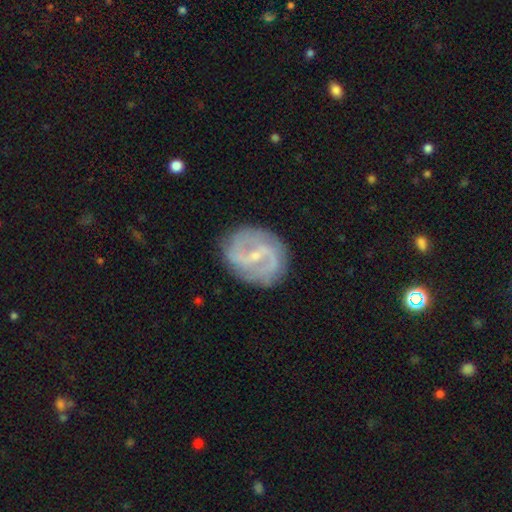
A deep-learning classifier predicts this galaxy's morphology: This is clearly a featured or disk galaxy (84%). It is clearly not viewed edge-on (97%). Bar: possibly weak (50%). Spiral arm pattern: clearly yes (93%). Spiral arm count: likely 2 (77%). Spiral winding: possibly medium (45%). Central bulge: likely small (76%). Merging: clearly none (82%).